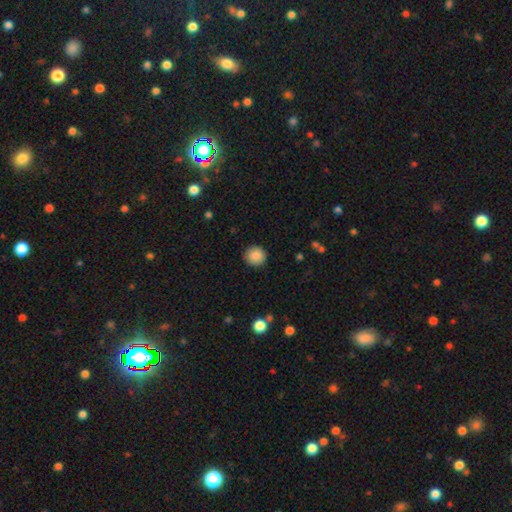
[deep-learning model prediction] Q: Smooth or featured?
A: smooth (87%); runner-up: star or artifact (8%)
Q: How rounded?
A: round (93%); runner-up: in between (6%)
Q: Merging?
A: none (91%); runner-up: minor disturbance (6%)